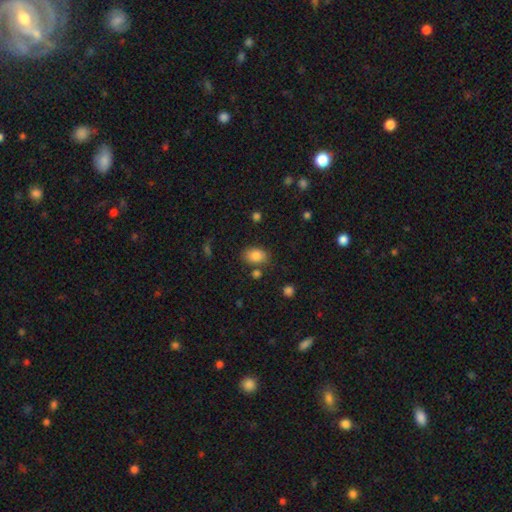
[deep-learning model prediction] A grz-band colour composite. It shows a smooth galaxy with no disk features (85%) that is in between round and cigar-shaped (80%). Merging: none (74%).